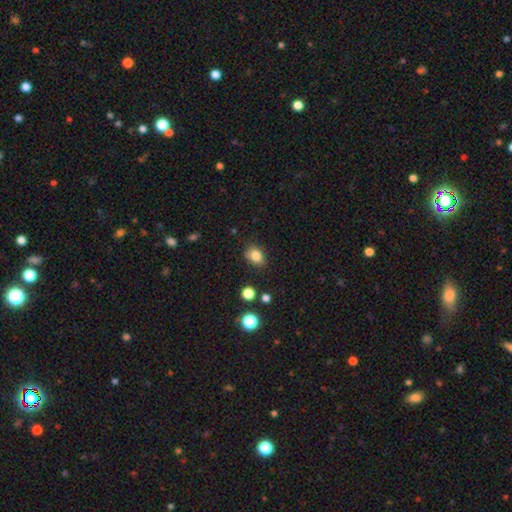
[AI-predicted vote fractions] Overall: smooth (82%). How rounded: in between (62%; round 37%). Merging: none (80%).